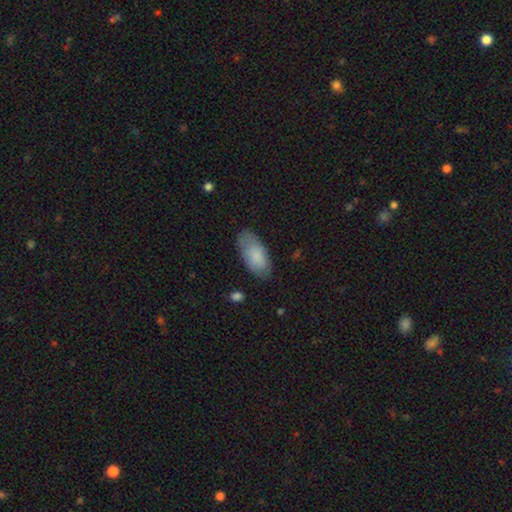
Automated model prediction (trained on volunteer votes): Morphology: type=smooth (84%); roundness=in between (93%); merging=none (75%).